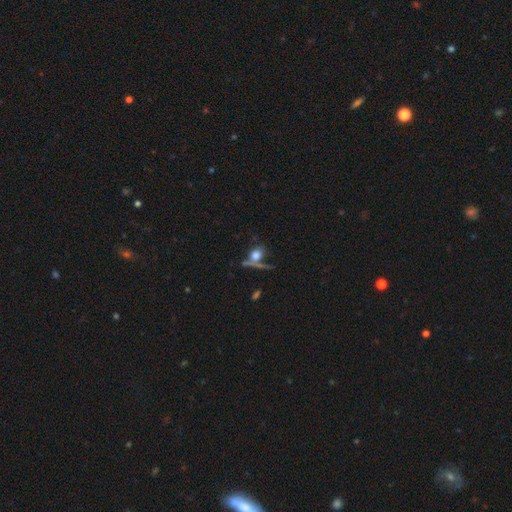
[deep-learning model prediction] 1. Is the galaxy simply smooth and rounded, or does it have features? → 71% smooth, 17% featured or disk, 12% star or artifact.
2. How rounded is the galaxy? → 54% round, 39% in between, 7% cigar-shaped.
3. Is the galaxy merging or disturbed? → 47% none, 24% merger, 15% major disturbance, 14% minor disturbance.